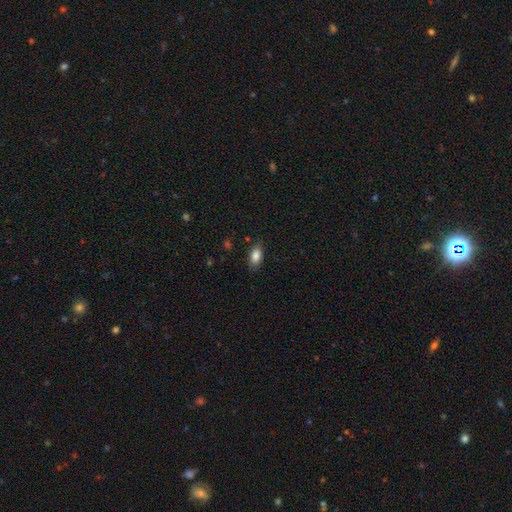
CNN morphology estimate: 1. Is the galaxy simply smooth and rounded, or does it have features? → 86% smooth, 8% star or artifact, 7% featured or disk.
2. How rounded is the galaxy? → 90% in between, 5% cigar-shaped, 5% round.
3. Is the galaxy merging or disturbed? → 81% none, 14% minor disturbance, 3% major disturbance, 1% merger.